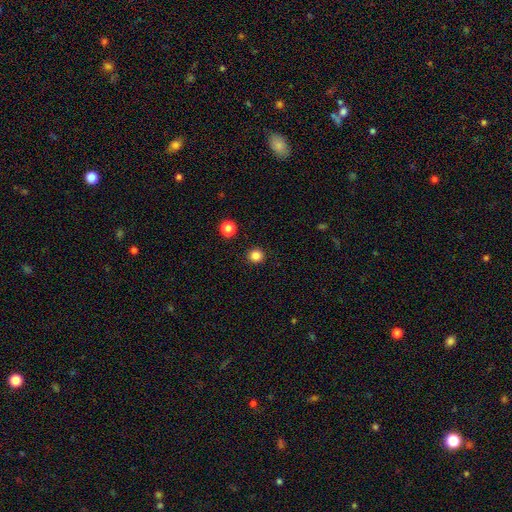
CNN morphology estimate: A smooth galaxy with no disk features (84%) that is round (93%).

Vote fractions:
- Smooth or featured? smooth: 84% / star or artifact: 13% / featured or disk: 4%
- How rounded? round: 93% / in between: 6% / cigar-shaped: 1%
- Merging? none: 92% / minor disturbance: 5% / major disturbance: 2% / merger: 1%